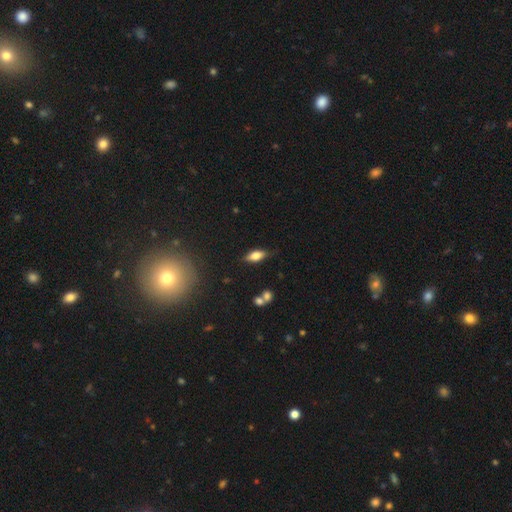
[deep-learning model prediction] Morphology: type=smooth (69%); roundness=in between (79%); merging=none (81%).